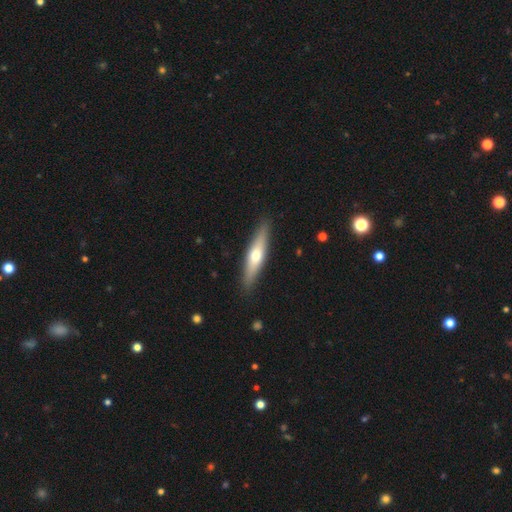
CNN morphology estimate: Smooth or featured? Predicted: smooth (p=0.48). Merging? Predicted: none (p=0.90).